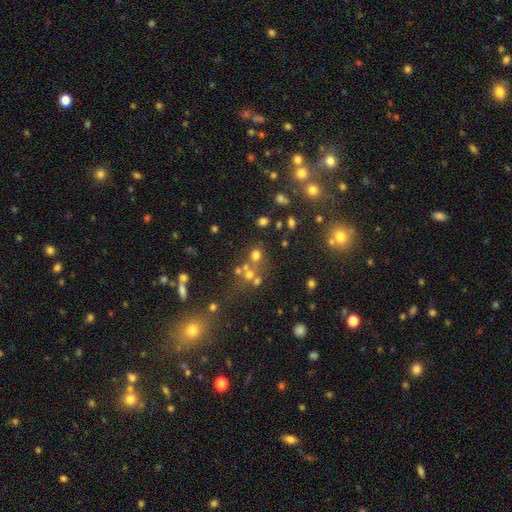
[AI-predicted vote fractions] The model was most divided on "smooth or featured": smooth: 50%, star or artifact: 36%, featured or disk: 14%. More confident: how rounded — round (79%); merging — none (61%).